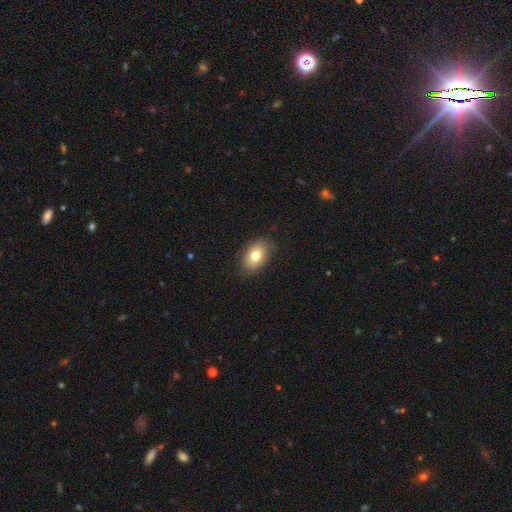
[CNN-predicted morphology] smooth-or-featured: smooth: 78% | featured or disk: 14% | star or artifact: 8%
  how-rounded: in between: 85% | round: 13% | cigar-shaped: 1%
  merging: none: 84% | minor disturbance: 12% | major disturbance: 3% | merger: 1%